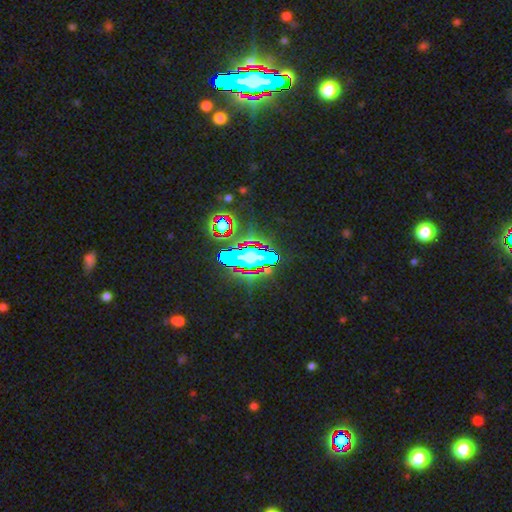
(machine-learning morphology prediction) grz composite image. It shows a star or artifact, not a galaxy (57%).